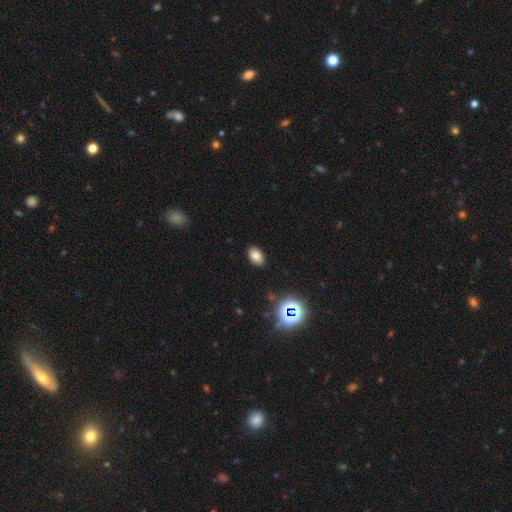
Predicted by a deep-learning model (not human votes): Q: Smooth or featured?
A: smooth (77%); runner-up: star or artifact (15%)
Q: How rounded?
A: in between (87%); runner-up: round (11%)
Q: Merging?
A: none (88%); runner-up: minor disturbance (8%)